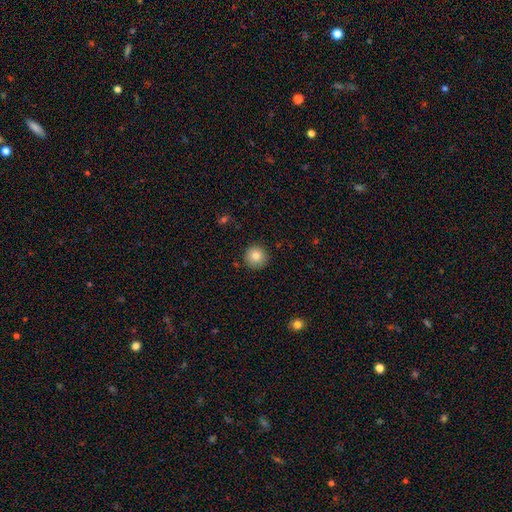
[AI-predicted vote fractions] This is clearly a smooth galaxy (81%). How rounded: clearly round (95%). Merging: clearly none (91%).